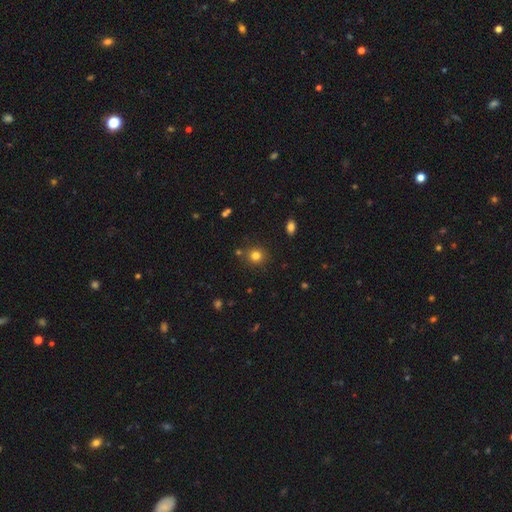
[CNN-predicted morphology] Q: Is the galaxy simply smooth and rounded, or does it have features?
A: smooth — 80%.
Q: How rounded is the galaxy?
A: round — 87%.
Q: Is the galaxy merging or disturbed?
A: none — 84%.